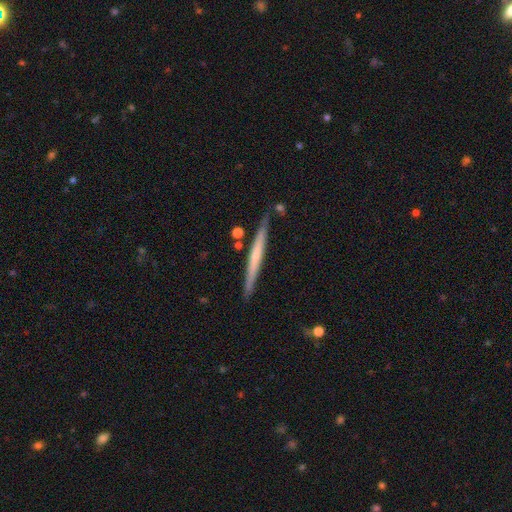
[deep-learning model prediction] Smooth or featured?
  - featured or disk: 50% *
  - smooth: 45%
  - star or artifact: 6%
Merging?
  - none: 86% *
  - minor disturbance: 9%
  - merger: 3%
  - major disturbance: 2%